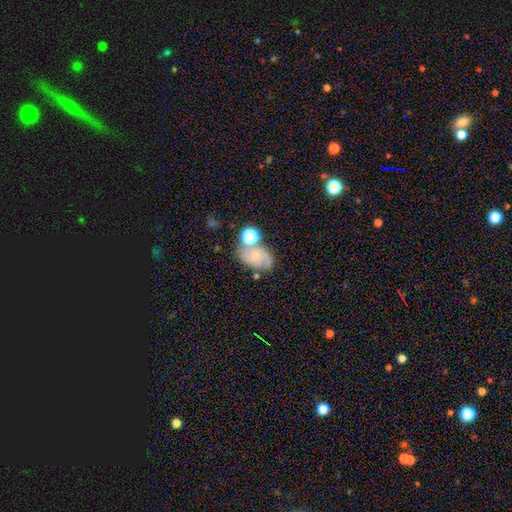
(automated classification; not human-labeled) smooth-or-featured: featured or disk: 50% | smooth: 36% | star or artifact: 14%
  merging: none: 48% | merger: 21% | minor disturbance: 20% | major disturbance: 11%